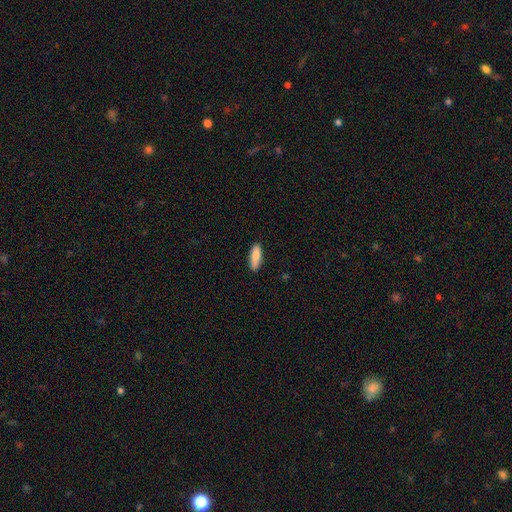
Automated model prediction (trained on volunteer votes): This is clearly a smooth galaxy (83%). How rounded: likely in between (61%). Merging: clearly none (85%).